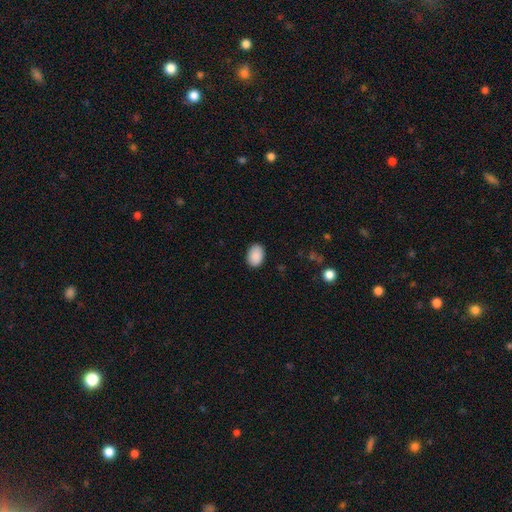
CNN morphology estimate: Smooth or featured?
  - smooth: 90% *
  - star or artifact: 7%
  - featured or disk: 3%
How rounded?
  - in between: 80% *
  - round: 19%
  - cigar-shaped: 1%
Merging?
  - none: 88% *
  - minor disturbance: 9%
  - major disturbance: 2%
  - merger: 1%